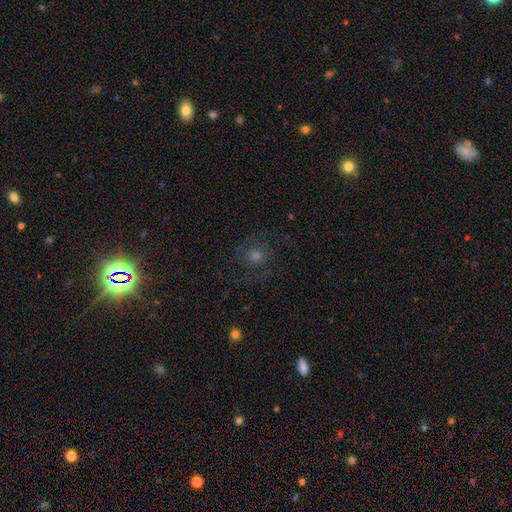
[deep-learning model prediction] smooth-or-featured: featured or disk: 49% | smooth: 27% | star or artifact: 24%
  merging: none: 74% | minor disturbance: 13% | major disturbance: 12% | merger: 2%